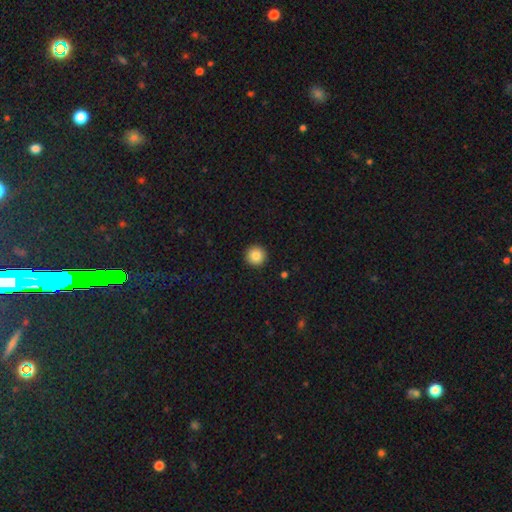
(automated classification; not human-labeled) Morphology: type=smooth (86%); roundness=round (96%); merging=none (93%).